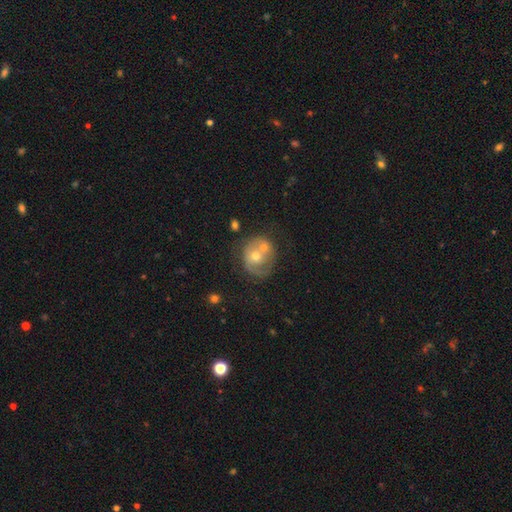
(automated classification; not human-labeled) This is possibly a featured or disk galaxy (60%). It is clearly not viewed edge-on (97%). Bar: likely no (79%). Spiral arm pattern: possibly yes (58%). Central bulge: likely moderate (65%). Merging: marginally merger (40%).